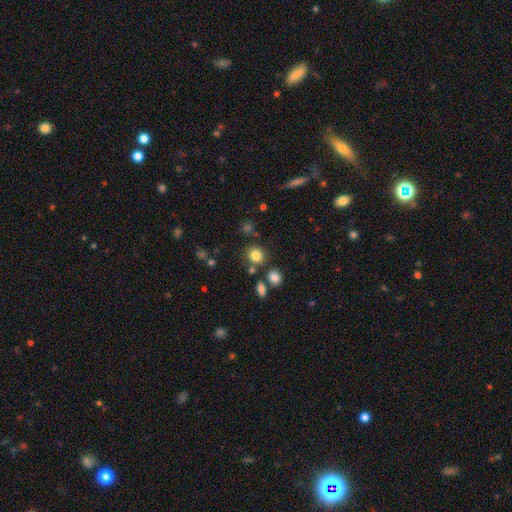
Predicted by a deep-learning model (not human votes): The model was most divided on "how rounded": round: 82%, in between: 17%, cigar-shaped: 1%. More confident: smooth or featured — smooth (82%); merging — none (78%).